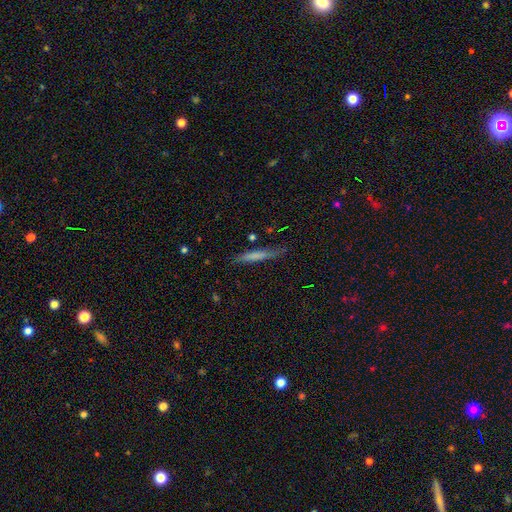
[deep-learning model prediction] Q: Smooth or featured?
A: smooth (66%); runner-up: featured or disk (27%)
Q: How rounded?
A: cigar-shaped (94%); runner-up: in between (5%)
Q: Merging?
A: none (77%); runner-up: minor disturbance (17%)